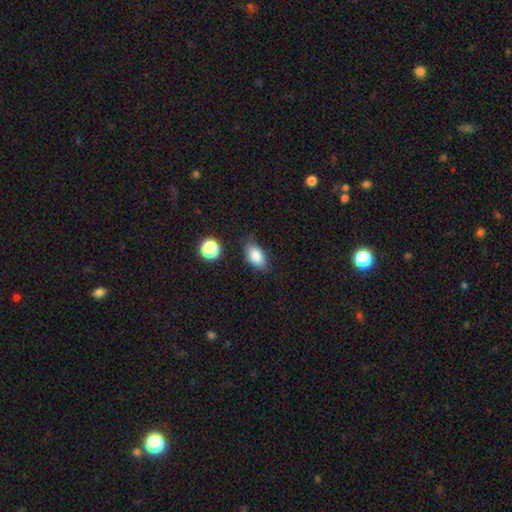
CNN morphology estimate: Smooth or featured?
  - smooth: 83% *
  - star or artifact: 9%
  - featured or disk: 8%
How rounded?
  - in between: 89% *
  - round: 9%
  - cigar-shaped: 3%
Merging?
  - none: 79% *
  - minor disturbance: 15%
  - major disturbance: 3%
  - merger: 3%